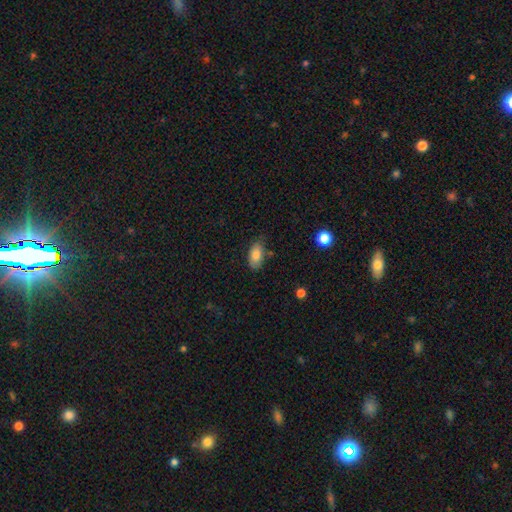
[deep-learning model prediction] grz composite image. It shows a smooth galaxy with no disk features (82%) that is in between round and cigar-shaped (92%). Merging: none (66%).